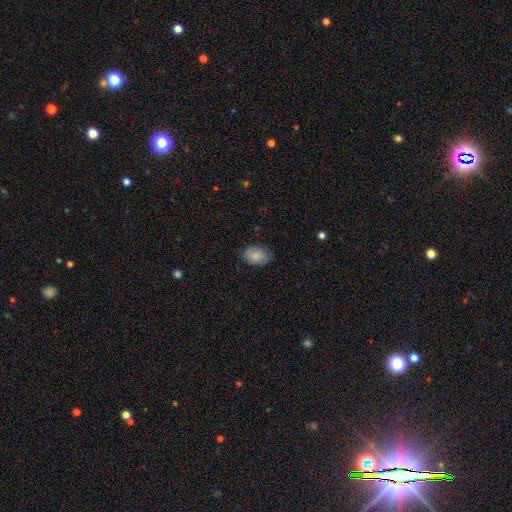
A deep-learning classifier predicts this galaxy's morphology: This is clearly a smooth galaxy (81%). How rounded: clearly in between (82%). Merging: likely none (79%).